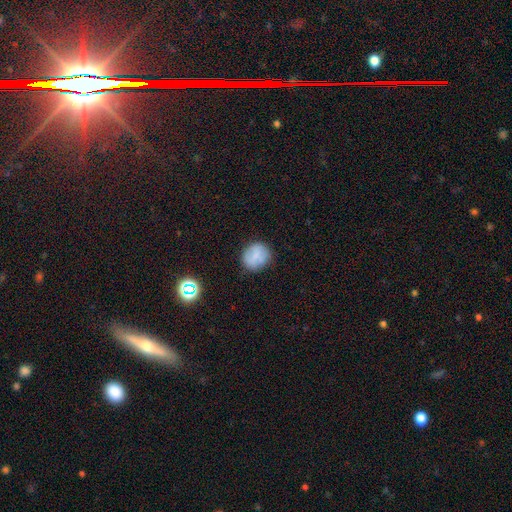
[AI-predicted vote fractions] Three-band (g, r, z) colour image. It shows a smooth galaxy with no disk features (75%) that is round (82%). Merging: none (81%).